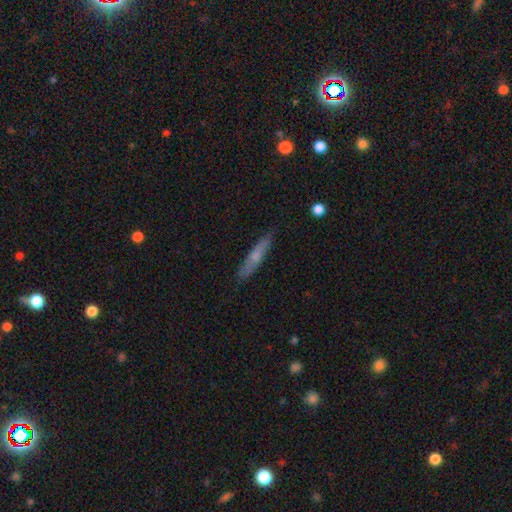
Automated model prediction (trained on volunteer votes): Overall: smooth (57%; featured or disk 37%). How rounded: cigar-shaped (89%). Merging: none (86%).